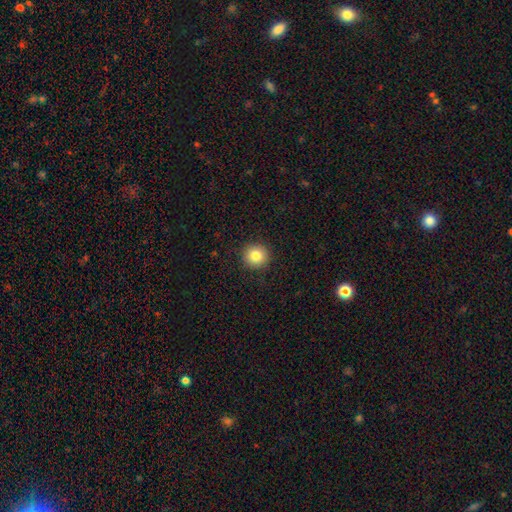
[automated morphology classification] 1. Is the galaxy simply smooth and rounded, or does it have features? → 84% smooth, 10% star or artifact, 6% featured or disk.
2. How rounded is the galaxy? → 94% round, 5% in between, 1% cigar-shaped.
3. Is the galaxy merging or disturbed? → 92% none, 6% minor disturbance, 2% major disturbance, 1% merger.